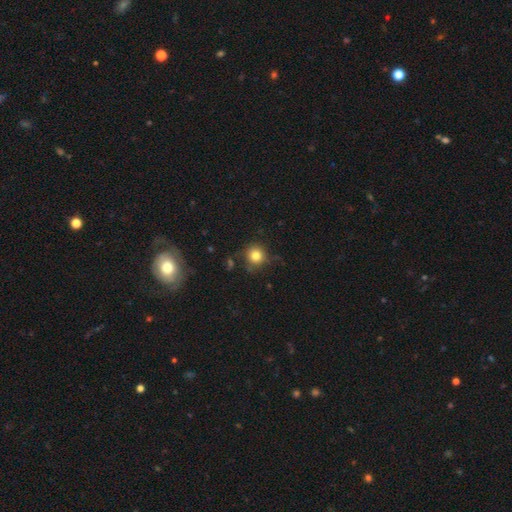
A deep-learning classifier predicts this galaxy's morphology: Smooth or featured? smooth (80%)
How rounded? round (92%)
Merging? none (77%)